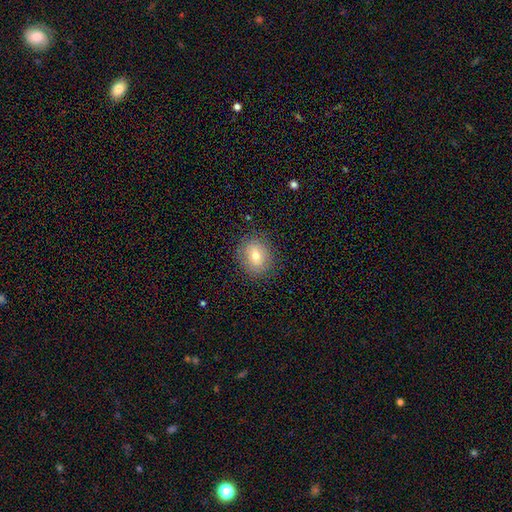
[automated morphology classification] Overall: smooth (69%). How rounded: round (65%; in between 34%). Merging: none (84%).